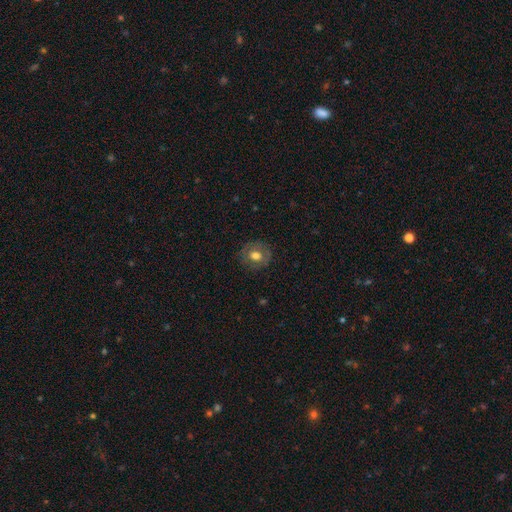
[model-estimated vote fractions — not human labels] The model was most divided on "smooth or featured": smooth: 62%, featured or disk: 29%, star or artifact: 9%. More confident: merging — none (82%); how rounded — round (77%).